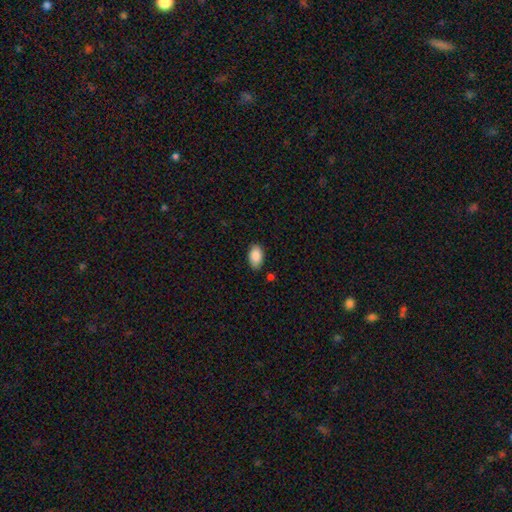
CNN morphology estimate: Smooth or featured? smooth (89%)
How rounded? in between (93%)
Merging? none (82%)